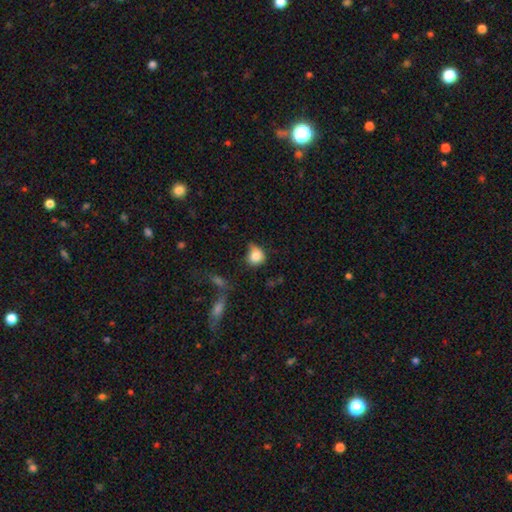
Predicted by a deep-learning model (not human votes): Smooth or featured?
  - smooth: 82% *
  - star or artifact: 9%
  - featured or disk: 9%
How rounded?
  - round: 77% *
  - in between: 21%
  - cigar-shaped: 1%
Merging?
  - none: 46% *
  - minor disturbance: 35%
  - major disturbance: 12%
  - merger: 7%